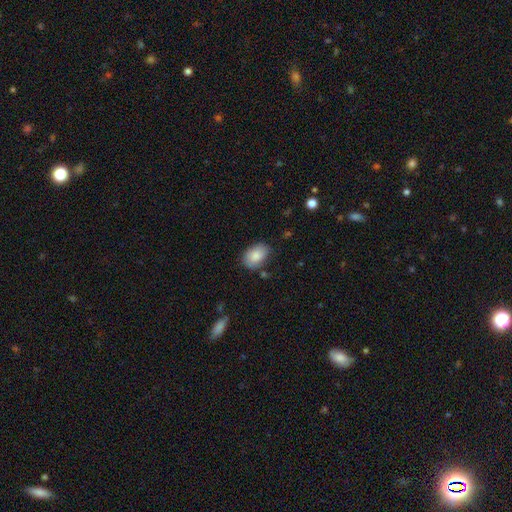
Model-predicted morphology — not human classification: Q: Smooth or featured?
A: smooth (85%); runner-up: featured or disk (8%)
Q: How rounded?
A: in between (85%); runner-up: round (14%)
Q: Merging?
A: none (74%); runner-up: minor disturbance (19%)